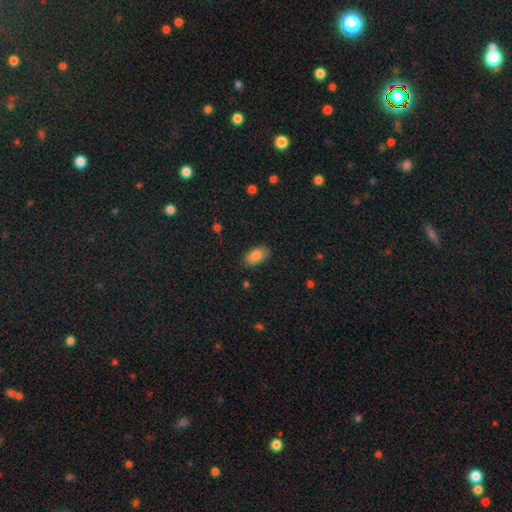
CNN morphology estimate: smooth-or-featured: smooth: 84% | featured or disk: 8% | star or artifact: 8%
  how-rounded: in between: 93% | round: 5% | cigar-shaped: 2%
  merging: none: 86% | minor disturbance: 11% | major disturbance: 2% | merger: 1%